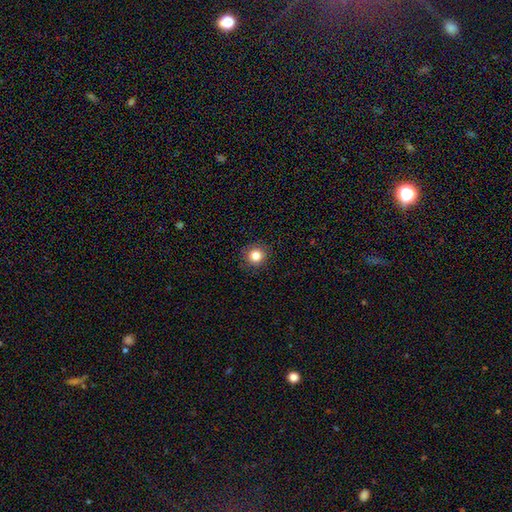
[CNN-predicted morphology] Smooth or featured: smooth — 84% (star or artifact — 11%)
How rounded: round — 93% (in between — 6%)
Merging: none — 90% (minor disturbance — 6%)